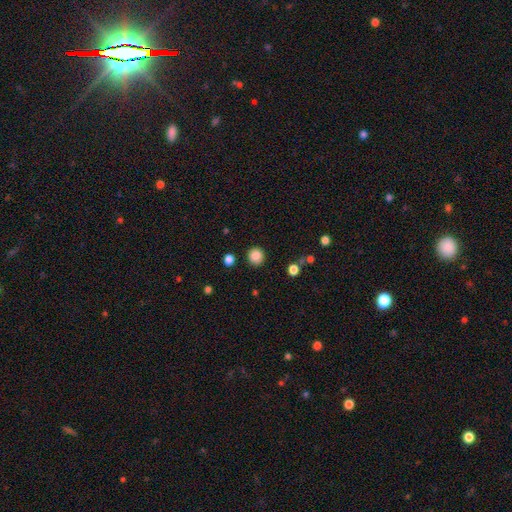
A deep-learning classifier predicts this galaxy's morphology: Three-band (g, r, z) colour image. It shows a smooth galaxy with no disk features (86%) that is round (91%). Merging: none (88%).